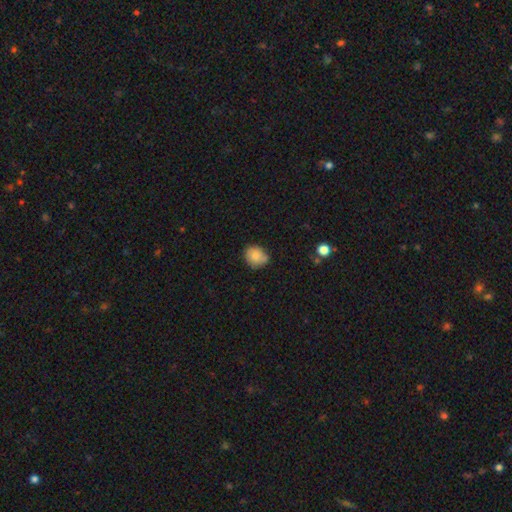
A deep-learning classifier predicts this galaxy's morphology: type=smooth (80%); roundness=round (63%); merging=none (64%).